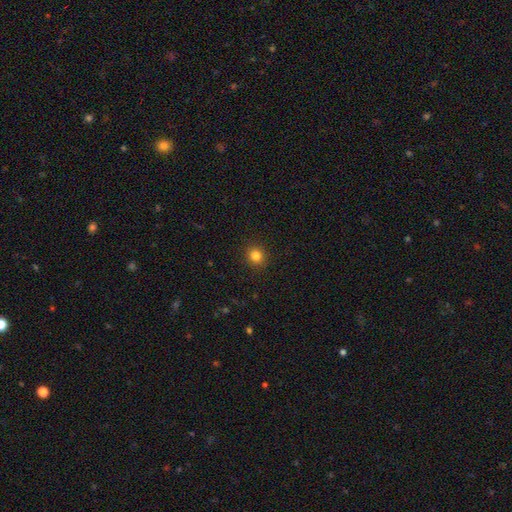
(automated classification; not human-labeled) Morphology: type=smooth (82%); roundness=round (89%); merging=none (92%).